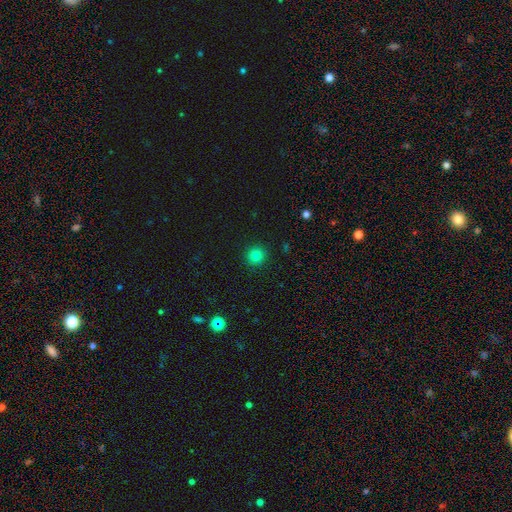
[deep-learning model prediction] Overall: smooth (80%). How rounded: round (94%). Merging: none (92%).